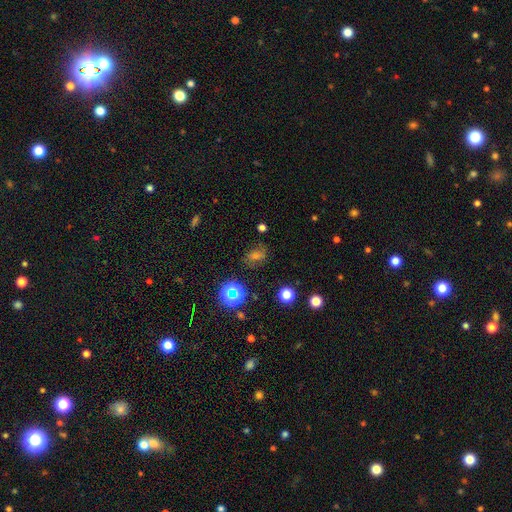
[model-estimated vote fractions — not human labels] Q: Smooth or featured?
A: smooth (40%); runner-up: star or artifact (34%)
Q: Merging?
A: none (73%); runner-up: minor disturbance (16%)